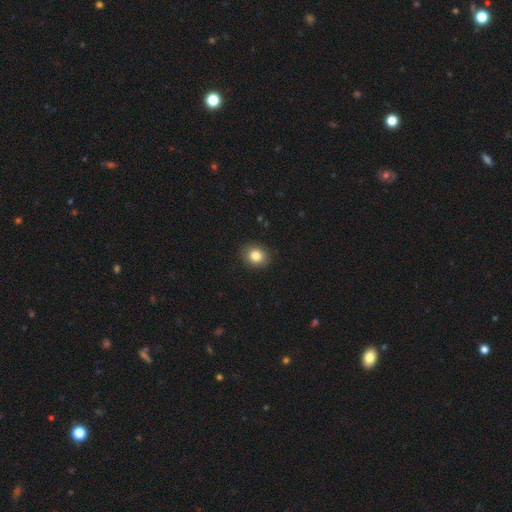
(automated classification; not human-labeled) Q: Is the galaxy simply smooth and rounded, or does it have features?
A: smooth — 83%.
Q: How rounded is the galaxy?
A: round — 67%.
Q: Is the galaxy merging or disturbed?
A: none — 89%.